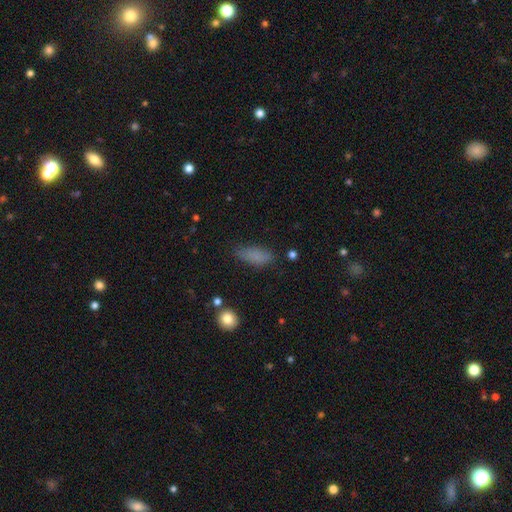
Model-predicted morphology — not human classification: smooth_or_featured: smooth (p=0.82) [alt: star or artifact p=0.10]
how_rounded: in between (p=0.75) [alt: cigar-shaped p=0.22]
merging: none (p=0.75) [alt: minor disturbance p=0.18]